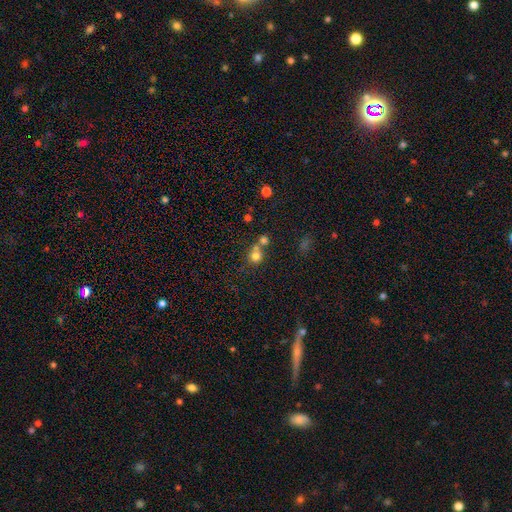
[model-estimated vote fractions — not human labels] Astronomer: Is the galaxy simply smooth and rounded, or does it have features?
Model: smooth — 77%.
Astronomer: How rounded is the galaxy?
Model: round — 86%.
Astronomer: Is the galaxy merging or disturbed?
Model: merger — 47% (runner-up: none, 43%).